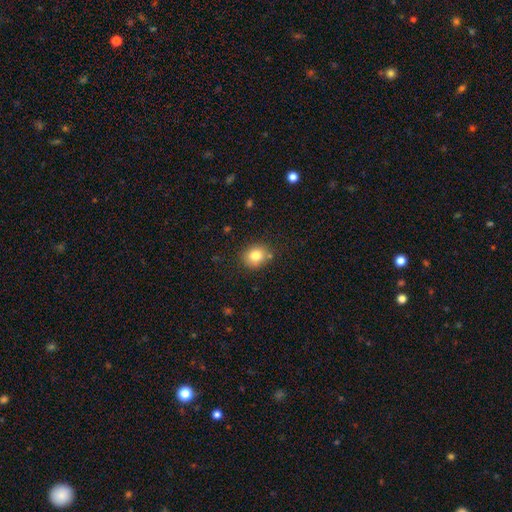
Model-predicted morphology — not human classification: Smooth or featured?
  - smooth: 81% *
  - star or artifact: 11%
  - featured or disk: 8%
How rounded?
  - round: 68% *
  - in between: 31%
  - cigar-shaped: 1%
Merging?
  - none: 82% *
  - minor disturbance: 12%
  - merger: 3%
  - major disturbance: 3%